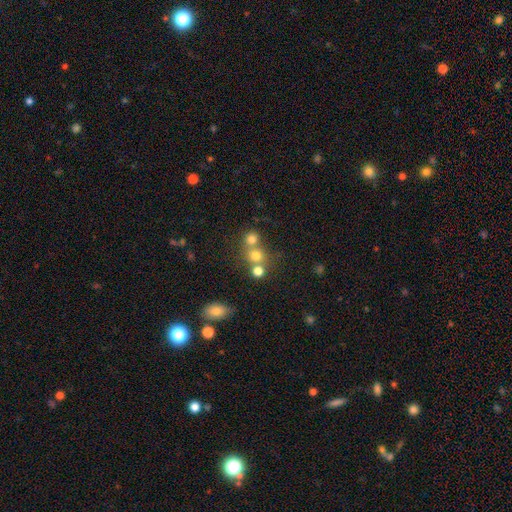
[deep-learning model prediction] Overall: smooth (72%). How rounded: round (85%). Merging: none (50%; merger 40%).